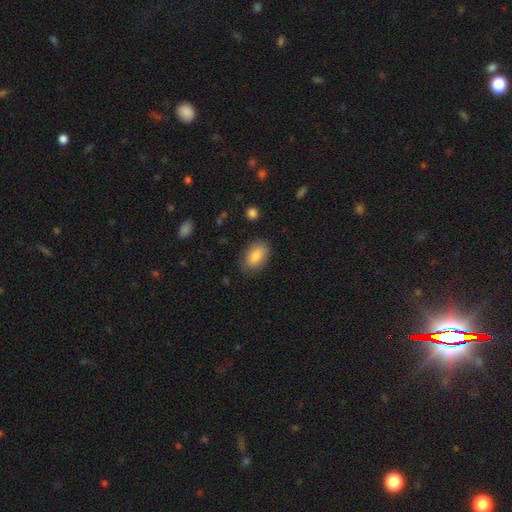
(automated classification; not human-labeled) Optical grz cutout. It shows a smooth galaxy with no disk features (85%) that is in between round and cigar-shaped (88%). Merging: none (82%).